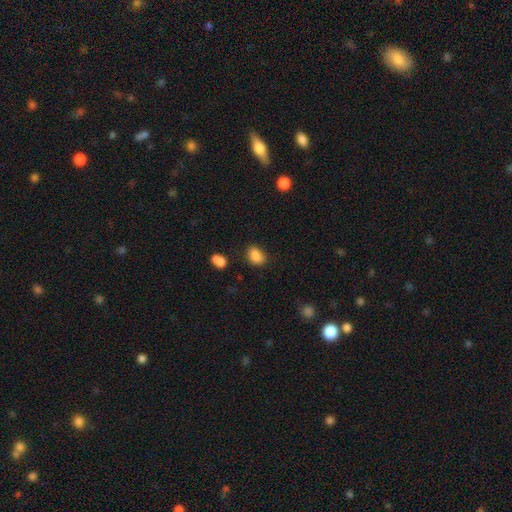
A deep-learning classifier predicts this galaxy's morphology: Overall: smooth (85%). How rounded: in between (79%). Merging: none (68%).